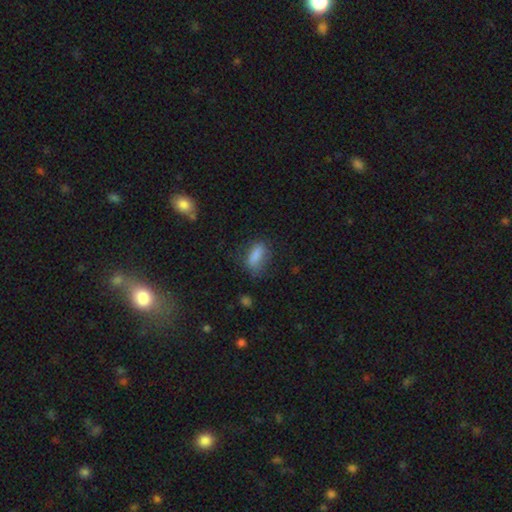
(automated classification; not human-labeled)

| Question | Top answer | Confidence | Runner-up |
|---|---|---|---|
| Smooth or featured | smooth | 79% | featured or disk (12%) |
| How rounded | in between | 72% | cigar-shaped (22%) |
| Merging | none | 64% | minor disturbance (23%) |